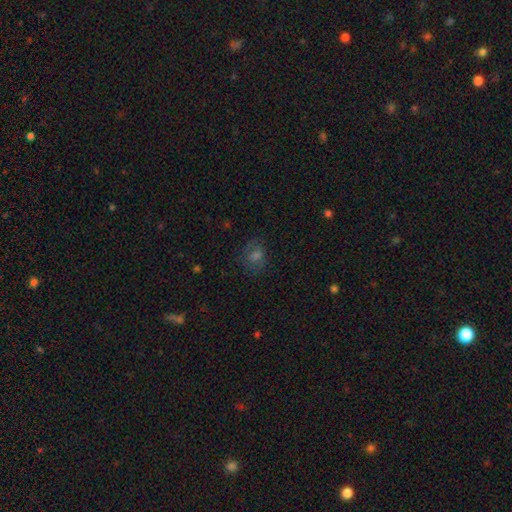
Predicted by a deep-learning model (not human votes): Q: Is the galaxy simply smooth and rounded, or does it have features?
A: smooth — 49%.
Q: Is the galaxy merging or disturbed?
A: none — 76%.